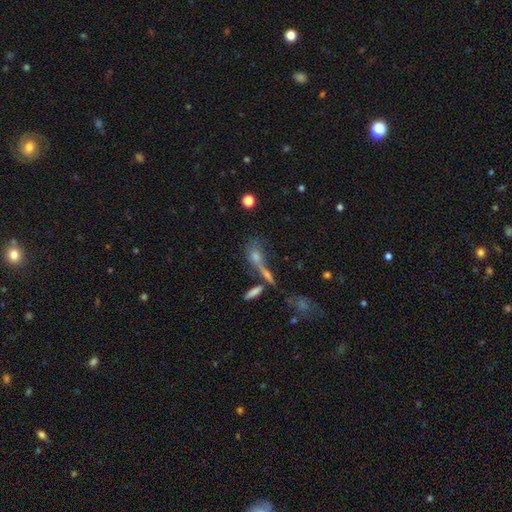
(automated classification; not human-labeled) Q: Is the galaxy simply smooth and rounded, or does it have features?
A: smooth — 55%.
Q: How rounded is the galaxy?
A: in between — 51%.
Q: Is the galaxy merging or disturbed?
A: merger — 38%.